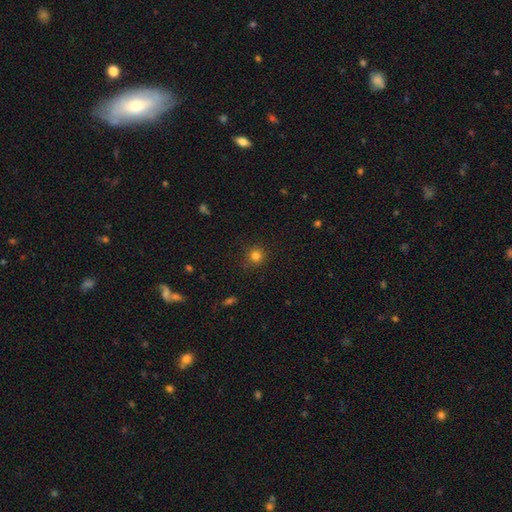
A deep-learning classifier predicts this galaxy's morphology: smooth-or-featured: smooth: 81% | star or artifact: 14% | featured or disk: 5%
  how-rounded: round: 92% | in between: 7% | cigar-shaped: 1%
  merging: none: 87% | minor disturbance: 9% | major disturbance: 3% | merger: 1%